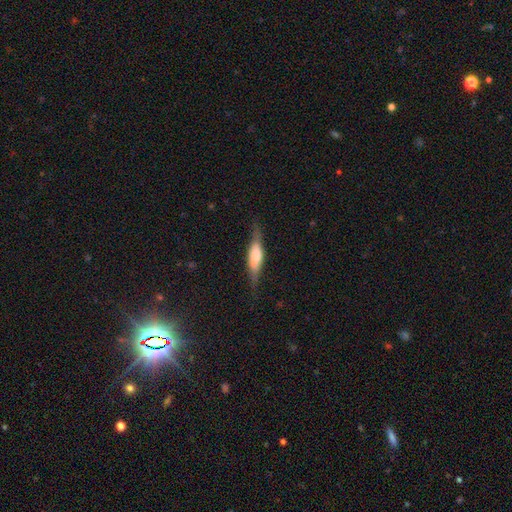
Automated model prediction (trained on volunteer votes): featured or disk 51%, smooth 43%, star or artifact 6%. Down the decision tree: edge-on disk — yes (90%); merging — none (77%).